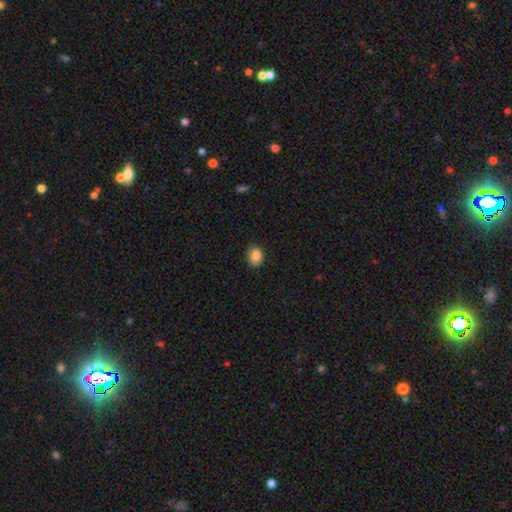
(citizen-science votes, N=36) Overall: smooth (97%). How rounded: round (51%; in between 49%). Merging: none (71%).